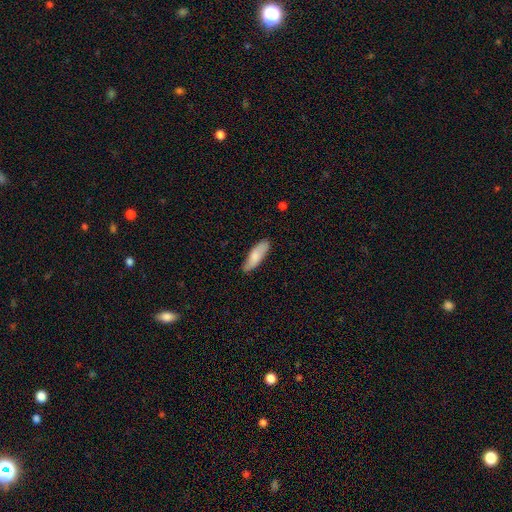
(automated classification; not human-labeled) A smooth galaxy with no disk features (80%) that is in between round and cigar-shaped (54%).

Vote fractions:
- Smooth or featured? smooth: 80% / featured or disk: 15% / star or artifact: 6%
- How rounded? in between: 54% / cigar-shaped: 44% / round: 2%
- Merging? none: 80% / minor disturbance: 16% / major disturbance: 3% / merger: 1%